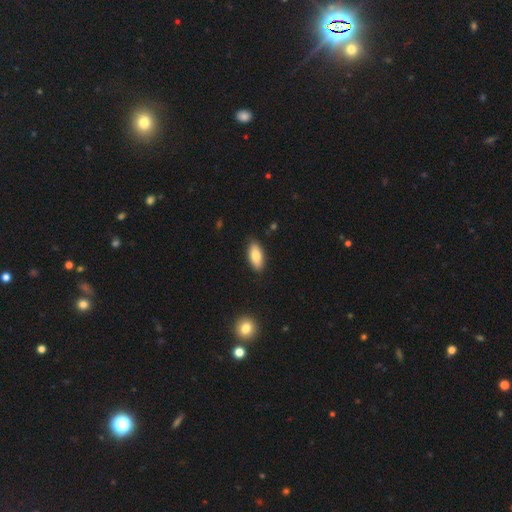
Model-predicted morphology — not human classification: Smooth or featured: smooth — 80% (featured or disk — 14%)
How rounded: in between — 86% (cigar-shaped — 11%)
Merging: none — 87% (minor disturbance — 10%)